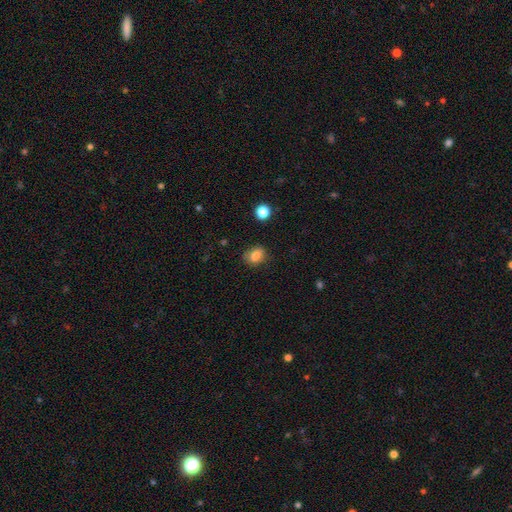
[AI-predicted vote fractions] This is clearly a smooth galaxy (82%). How rounded: likely in between (64%). Merging: likely none (78%).